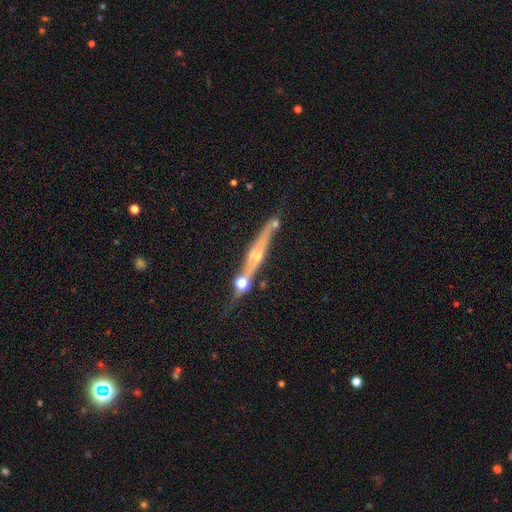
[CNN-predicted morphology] This appears to be a featured or disk galaxy (71%) viewed edge-on (90%) with a rounded central bulge (77%). Merging: none (60%).